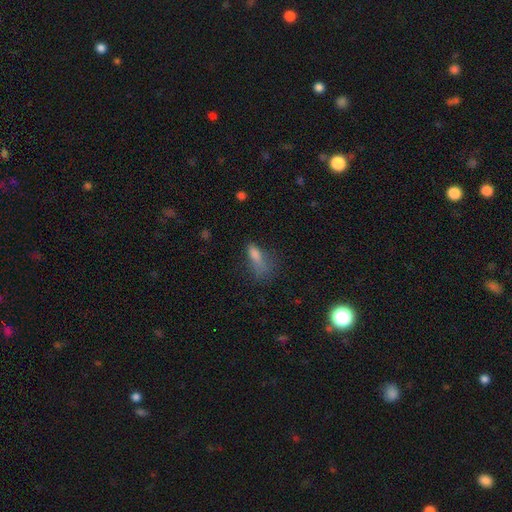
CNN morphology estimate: Smooth or featured: smooth — 66% (star or artifact — 17%)
How rounded: in between — 58% (cigar-shaped — 36%)
Merging: major disturbance — 37% (none — 32%)